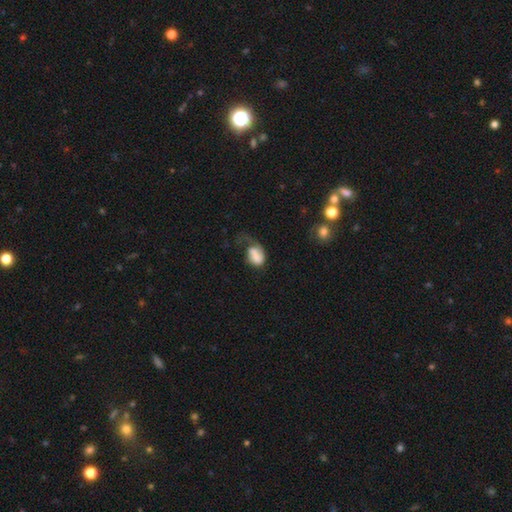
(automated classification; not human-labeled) This is possibly a smooth galaxy (56%). How rounded: clearly in between (82%). Merging: possibly major disturbance (53%).